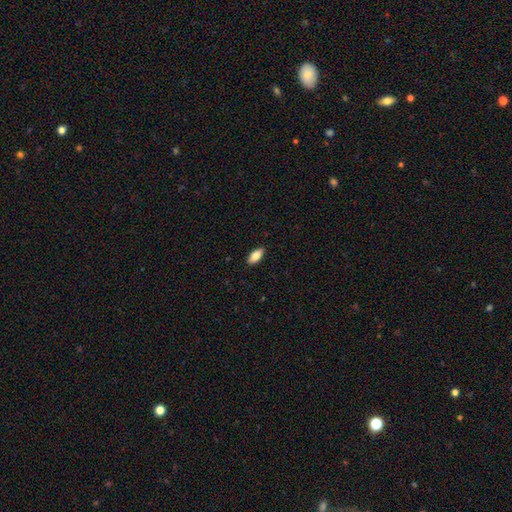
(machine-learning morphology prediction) This appears to be a smooth galaxy with no disk features (80%) that is in between round and cigar-shaped (88%). Merging: none (90%).